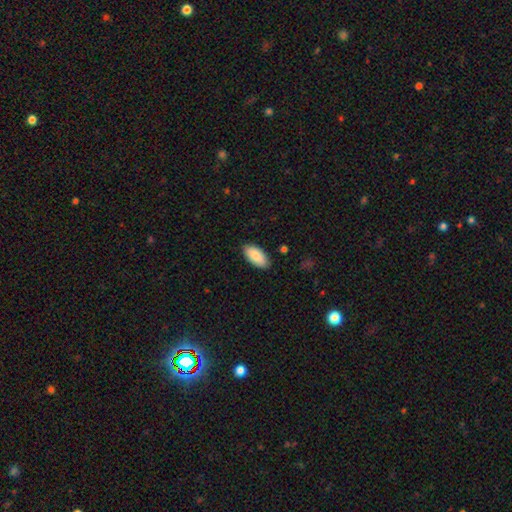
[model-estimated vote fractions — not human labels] A smooth galaxy with no disk features (86%) that is in between round and cigar-shaped (94%).

Vote fractions:
- Smooth or featured? smooth: 86% / featured or disk: 8% / star or artifact: 6%
- How rounded? in between: 94% / cigar-shaped: 4% / round: 2%
- Merging? none: 86% / minor disturbance: 11% / major disturbance: 2% / merger: 1%